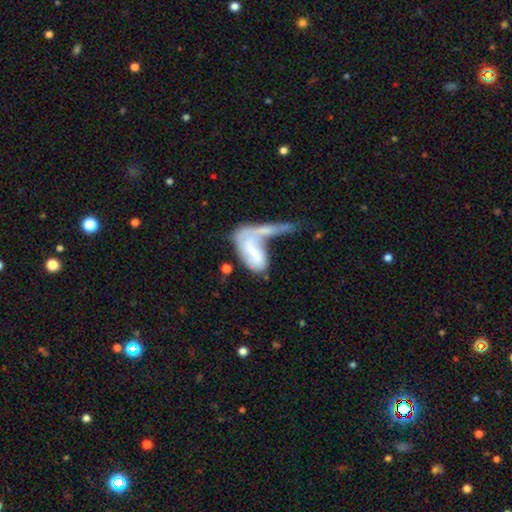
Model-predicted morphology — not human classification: A featured or disk galaxy (49%). Merging: merger (51%).